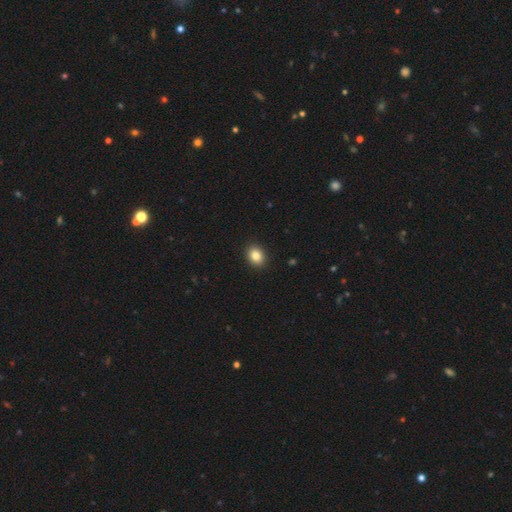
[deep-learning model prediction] This appears to be a smooth galaxy with no disk features (84%) that is in between round and cigar-shaped (55%). Merging: none (91%).